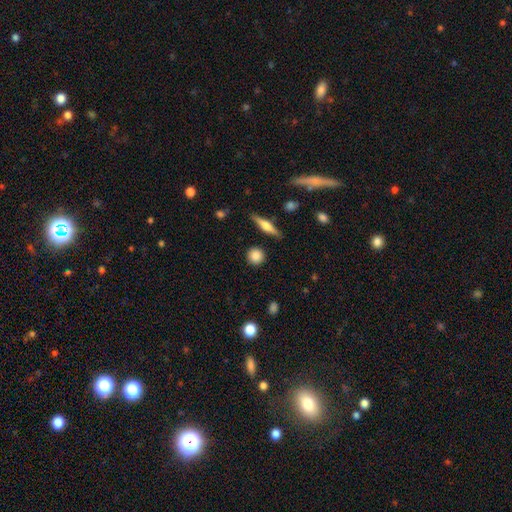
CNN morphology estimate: This is clearly a smooth galaxy (84%). How rounded: clearly round (90%). Merging: clearly none (88%).